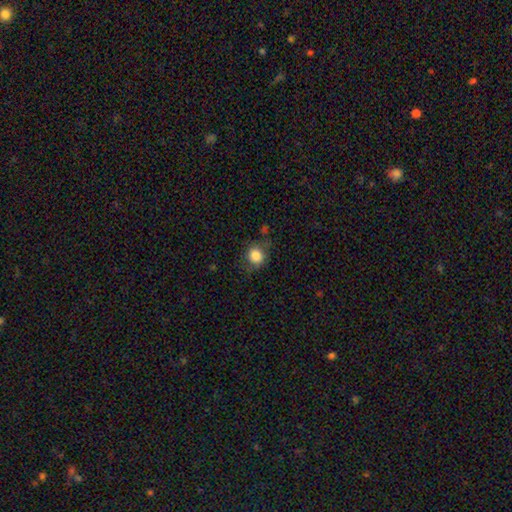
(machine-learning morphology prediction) A smooth galaxy with no disk features (83%) that is round (80%).

Vote fractions:
- Smooth or featured? smooth: 83% / star or artifact: 9% / featured or disk: 8%
- How rounded? round: 80% / in between: 19% / cigar-shaped: 1%
- Merging? none: 68% / minor disturbance: 22% / major disturbance: 8% / merger: 2%